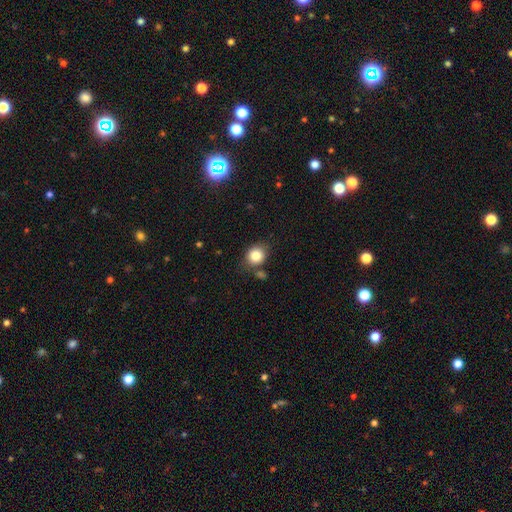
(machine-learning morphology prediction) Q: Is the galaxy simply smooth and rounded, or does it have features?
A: smooth — 83%.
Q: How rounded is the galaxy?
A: round — 67%.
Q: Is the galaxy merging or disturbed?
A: none — 74%.